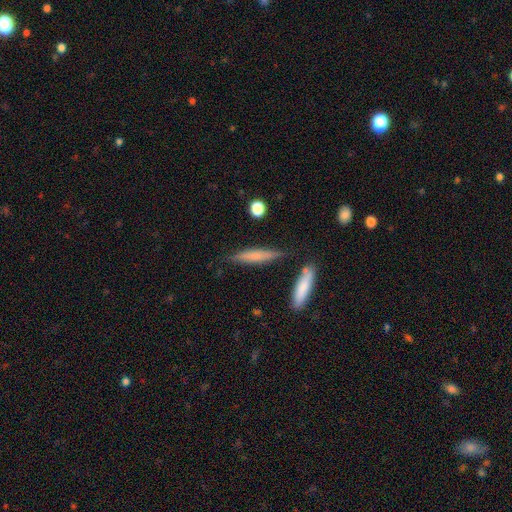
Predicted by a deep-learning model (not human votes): Q: Smooth or featured?
A: smooth (63%); runner-up: featured or disk (30%)
Q: How rounded?
A: cigar-shaped (88%); runner-up: in between (10%)
Q: Merging?
A: none (78%); runner-up: minor disturbance (14%)